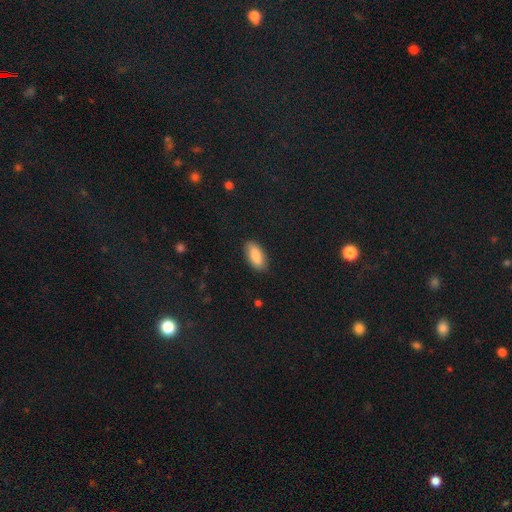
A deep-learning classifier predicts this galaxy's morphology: Smooth or featured? smooth (87%)
How rounded? in between (87%)
Merging? none (85%)